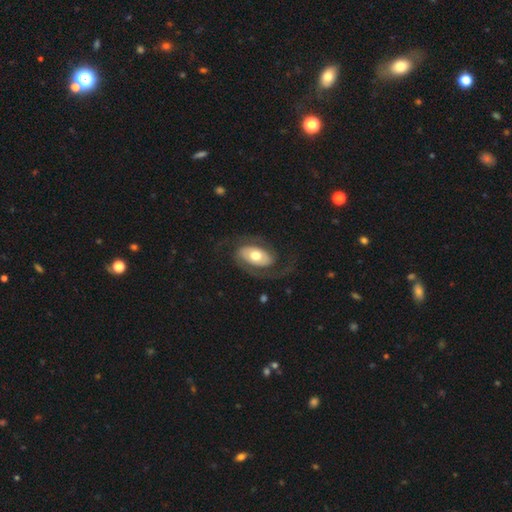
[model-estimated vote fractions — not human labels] Overall: featured or disk (68%). Edge-on disk: no (94%). Bar: no (71%). Spiral arms: yes (75%). Bulge size: moderate (65%). Merging: none (68%).